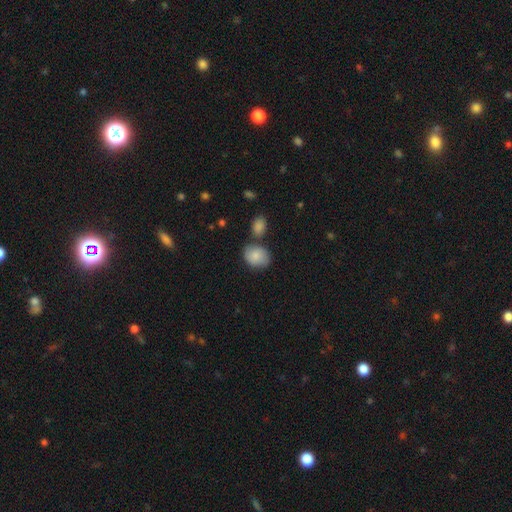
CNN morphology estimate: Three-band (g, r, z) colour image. It shows a smooth galaxy with no disk features (84%) that is in between round and cigar-shaped (58%). Merging: none (57%).